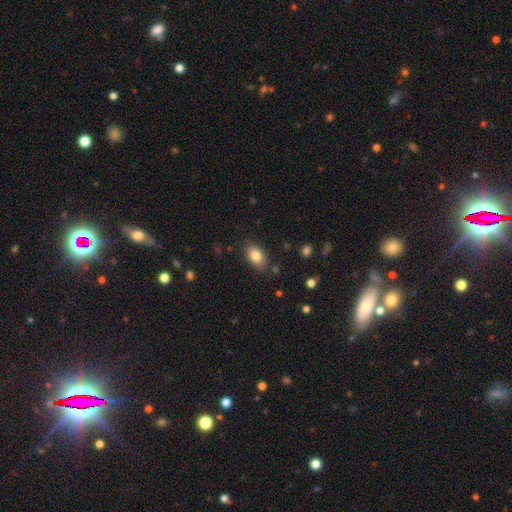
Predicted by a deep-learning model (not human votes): Smooth or featured?
  - smooth: 83% *
  - featured or disk: 9%
  - star or artifact: 8%
How rounded?
  - in between: 89% *
  - round: 10%
  - cigar-shaped: 2%
Merging?
  - none: 82% *
  - minor disturbance: 13%
  - major disturbance: 3%
  - merger: 2%